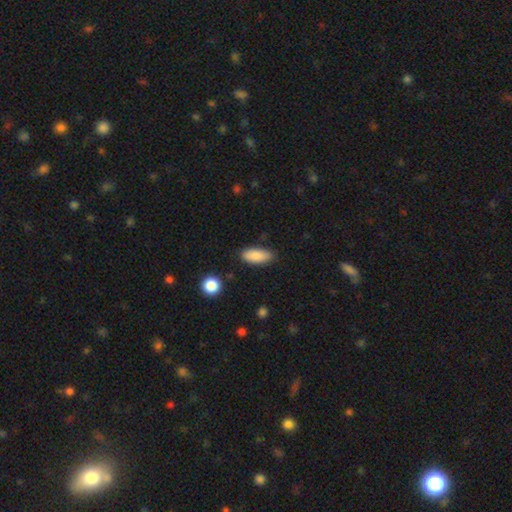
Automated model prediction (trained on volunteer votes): The model was most divided on "merging": none: 83%, minor disturbance: 13%, major disturbance: 3%, merger: 2%. More confident: smooth or featured — smooth (87%); how rounded — in between (85%).